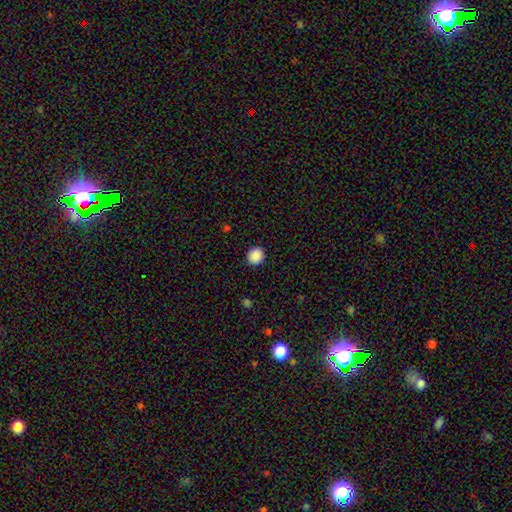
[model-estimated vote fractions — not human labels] Smooth or featured?
  - smooth: 89% *
  - star or artifact: 9%
  - featured or disk: 2%
How rounded?
  - round: 80% *
  - in between: 19%
  - cigar-shaped: 1%
Merging?
  - none: 91% *
  - minor disturbance: 6%
  - major disturbance: 2%
  - merger: 1%